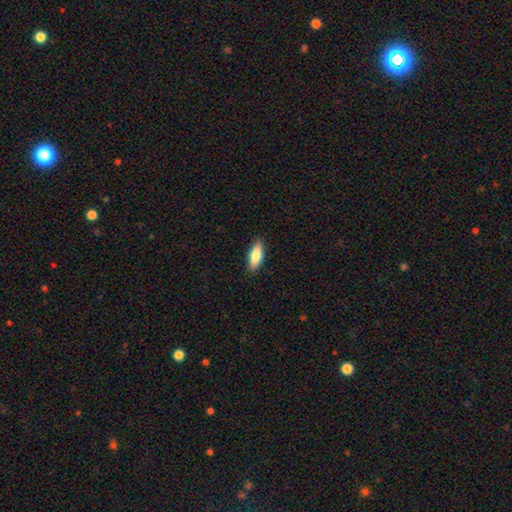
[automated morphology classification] smooth 78%, featured or disk 16%, star or artifact 6%. Down the decision tree: how rounded — in between (68%); merging — none (89%).